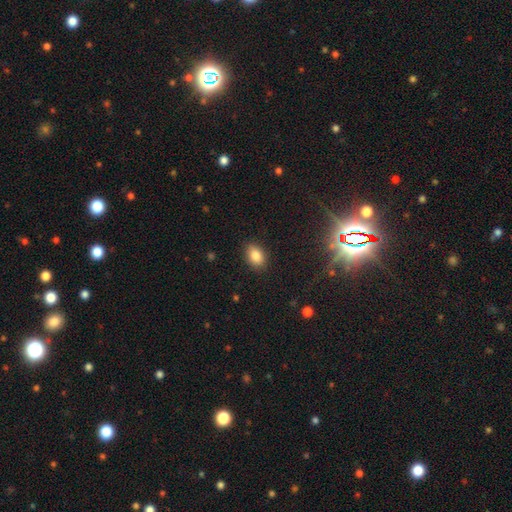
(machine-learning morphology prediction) smooth 85%, star or artifact 9%, featured or disk 6%. Down the decision tree: how rounded — in between (82%); merging — none (86%).